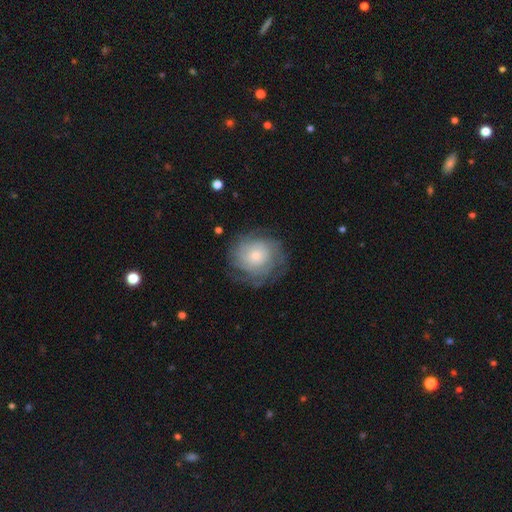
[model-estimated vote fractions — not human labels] featured or disk 65%, smooth 28%, star or artifact 7%. Down the decision tree: edge-on disk — no (97%); bar — no (81%); spiral arms — yes (87%); spiral arm count — can't tell (51%); spiral winding — tight (67%); bulge size — small (56%); merging — none (71%).